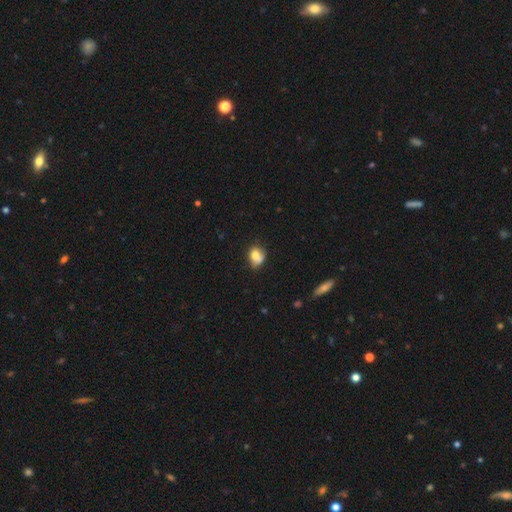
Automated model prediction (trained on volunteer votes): Q: Smooth or featured?
A: smooth (72%); runner-up: featured or disk (17%)
Q: How rounded?
A: round (56%); runner-up: in between (43%)
Q: Merging?
A: none (41%); runner-up: merger (28%)